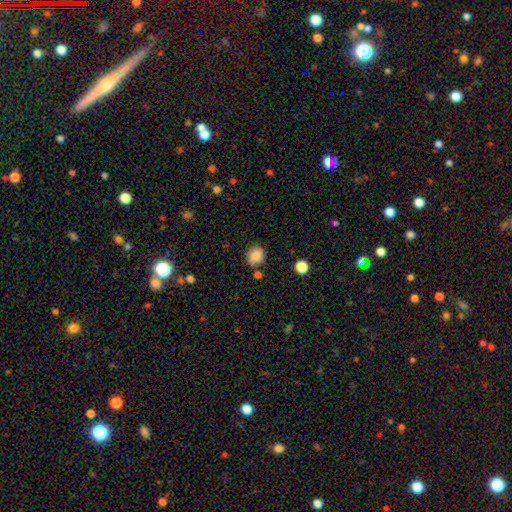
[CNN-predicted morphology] smooth-or-featured: smooth: 84% | star or artifact: 9% | featured or disk: 6%
  how-rounded: round: 80% | in between: 19% | cigar-shaped: 1%
  merging: none: 74% | minor disturbance: 16% | merger: 5% | major disturbance: 4%